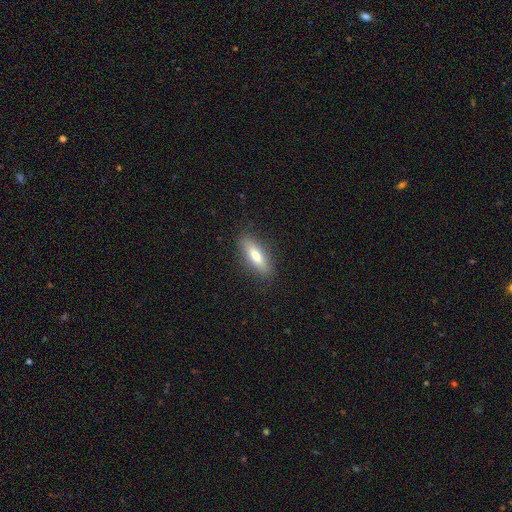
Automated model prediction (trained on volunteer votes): The model was most divided on "how rounded": in between: 52%, cigar-shaped: 46%, round: 2%. More confident: merging — none (87%); smooth or featured — smooth (72%).